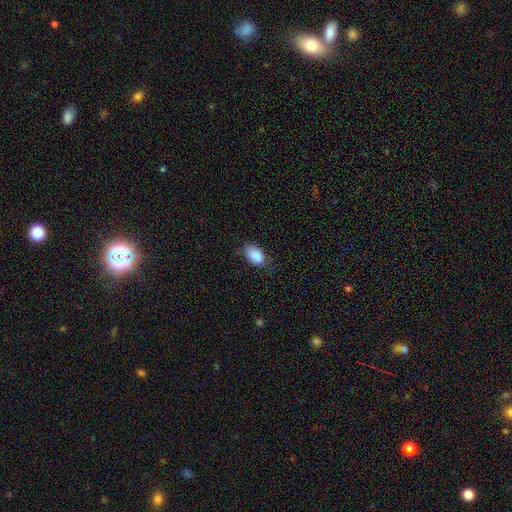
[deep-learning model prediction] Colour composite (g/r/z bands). It shows a smooth galaxy with no disk features (87%) that is in between round and cigar-shaped (90%). Merging: none (60%).